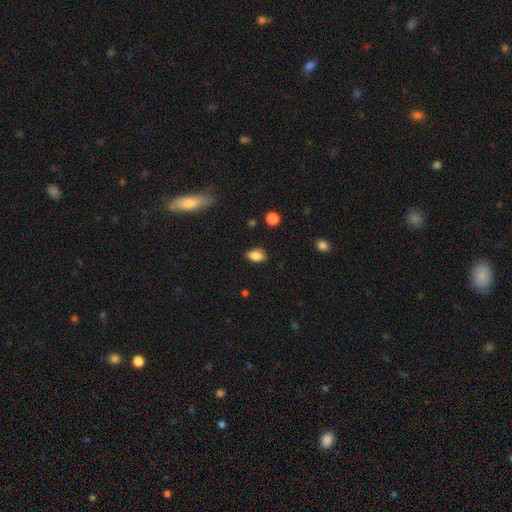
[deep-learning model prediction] smooth_or_featured: smooth (p=0.82) [alt: featured or disk p=0.10]
how_rounded: in between (p=0.87) [alt: round p=0.09]
merging: none (p=0.75) [alt: minor disturbance p=0.19]